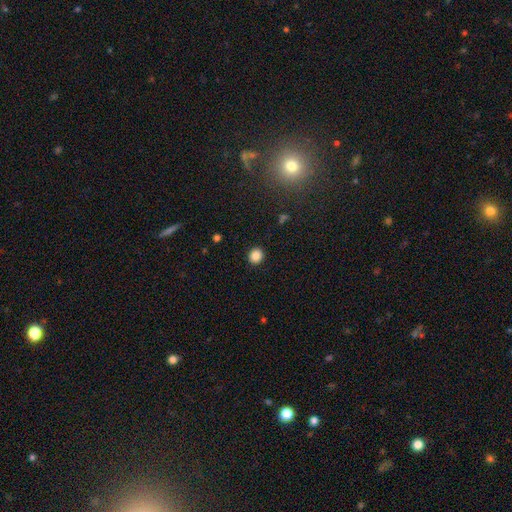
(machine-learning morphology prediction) A smooth galaxy with no disk features (86%) that is round (85%).

Vote fractions:
- Smooth or featured? smooth: 86% / star or artifact: 10% / featured or disk: 3%
- How rounded? round: 85% / in between: 14% / cigar-shaped: 1%
- Merging? none: 92% / minor disturbance: 5% / major disturbance: 2% / merger: 1%